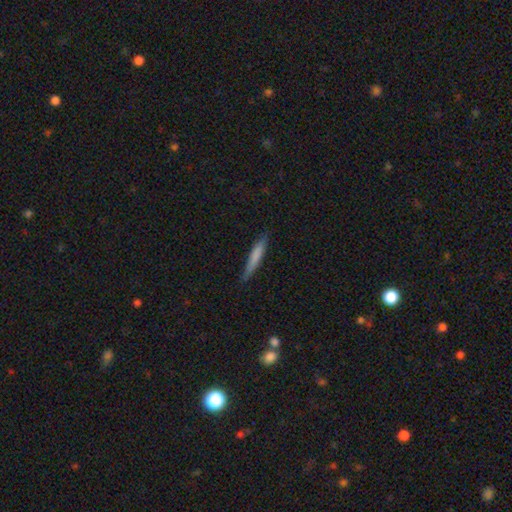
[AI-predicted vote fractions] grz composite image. It shows a smooth galaxy with no disk features (73%) that is cigar-shaped (93%). Merging: none (82%).